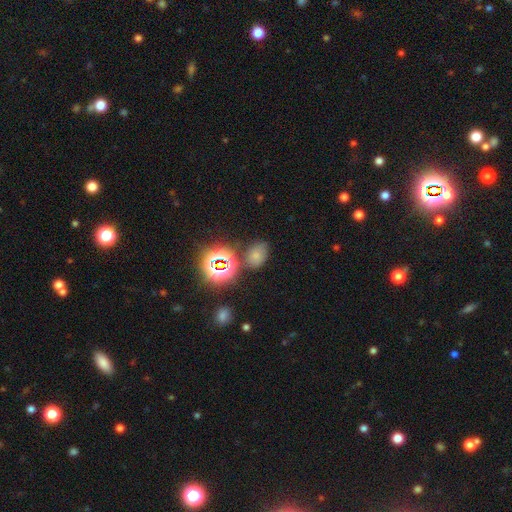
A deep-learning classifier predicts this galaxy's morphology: Q: Smooth or featured?
A: smooth (58%); runner-up: star or artifact (31%)
Q: How rounded?
A: in between (70%); runner-up: round (29%)
Q: Merging?
A: none (67%); runner-up: minor disturbance (18%)